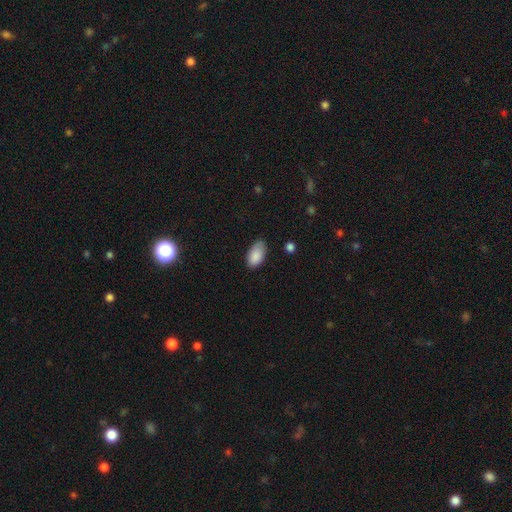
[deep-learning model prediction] Smooth or featured: smooth — 88% (star or artifact — 7%)
How rounded: in between — 94% (round — 3%)
Merging: none — 72% (minor disturbance — 22%)